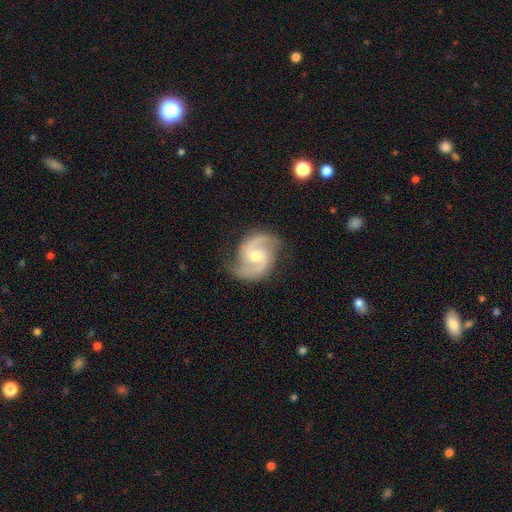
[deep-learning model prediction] featured or disk 91%, smooth 4%, star or artifact 4%. Down the decision tree: edge-on disk — no (98%); bar — no (53%); spiral arms — yes (98%); spiral arm count — 2 (93%); spiral winding — medium (62%); bulge size — moderate (53%); merging — none (81%).